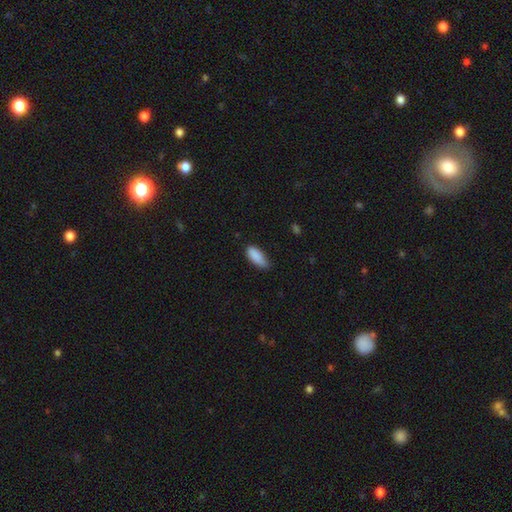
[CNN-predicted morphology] smooth_or_featured: smooth (p=0.88) [alt: star or artifact p=0.07]
how_rounded: in between (p=0.79) [alt: cigar-shaped p=0.19]
merging: none (p=0.62) [alt: minor disturbance p=0.32]